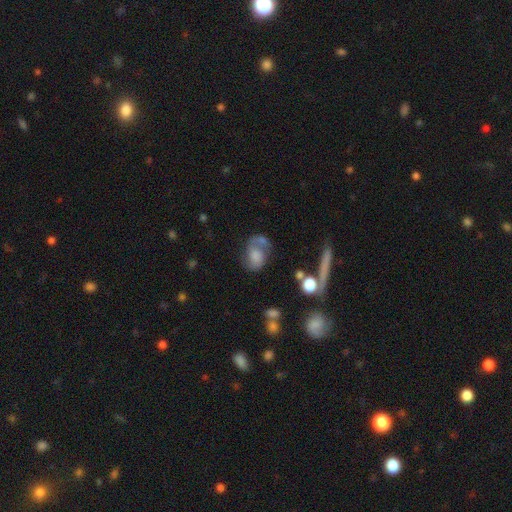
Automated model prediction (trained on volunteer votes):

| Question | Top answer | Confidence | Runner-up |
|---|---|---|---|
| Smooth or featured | featured or disk | 54% | smooth (36%) |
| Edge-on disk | no | 97% | yes (3%) |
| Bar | no | 70% | weak (24%) |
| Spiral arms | yes | 82% | no (18%) |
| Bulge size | none | 38% | moderate (23%) |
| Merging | none | 41% | minor disturbance (21%) |